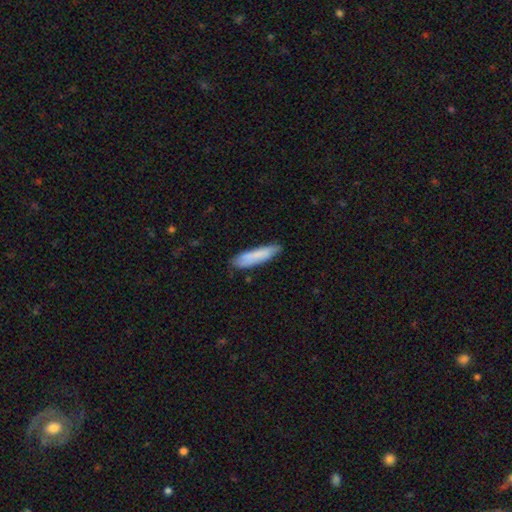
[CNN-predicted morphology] smooth-or-featured: smooth: 81% | featured or disk: 13% | star or artifact: 6%
  how-rounded: cigar-shaped: 75% | in between: 24% | round: 1%
  merging: none: 79% | minor disturbance: 16% | major disturbance: 3% | merger: 2%